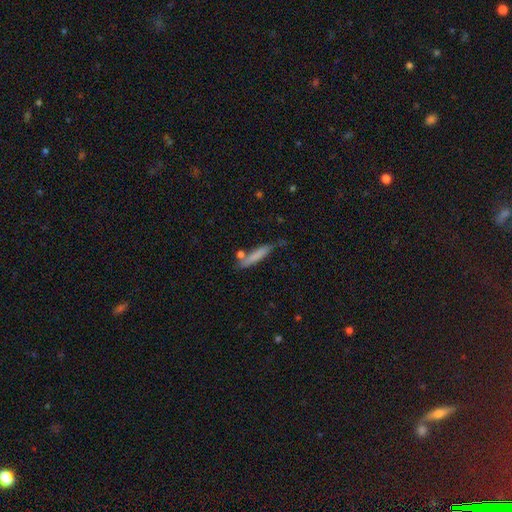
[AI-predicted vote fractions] A smooth galaxy with no disk features (73%) that is cigar-shaped (88%). Merging: none (62%).